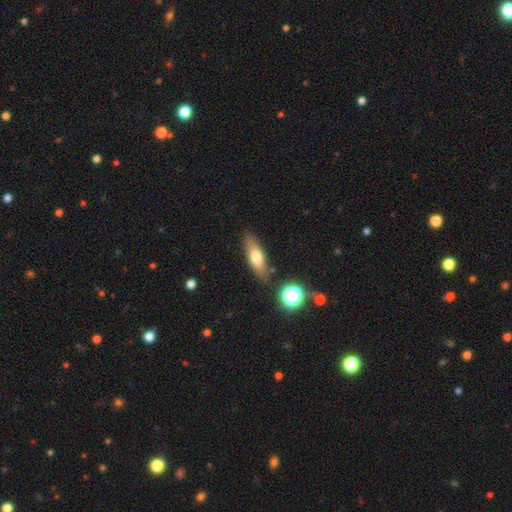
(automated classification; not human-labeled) This appears to be a smooth galaxy with no disk features (66%) that is in between round and cigar-shaped (55%). Merging: none (83%).